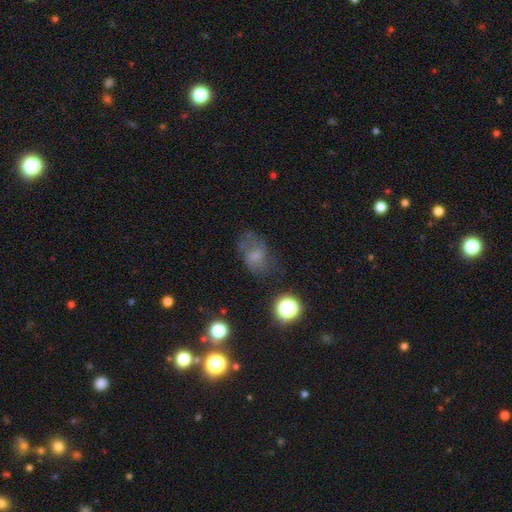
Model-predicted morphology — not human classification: smooth_or_featured: smooth (p=0.46) [alt: featured or disk p=0.36]
merging: none (p=0.48) [alt: minor disturbance p=0.25]